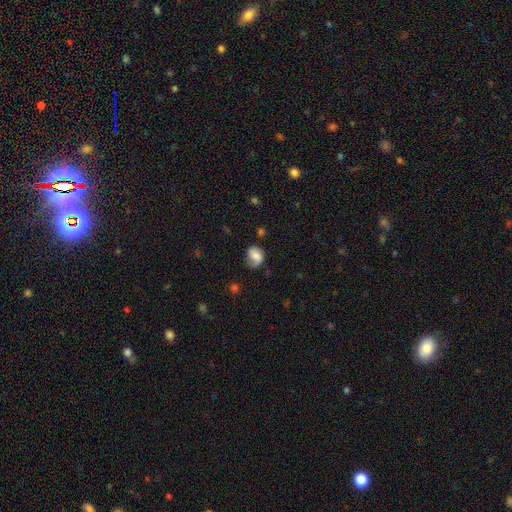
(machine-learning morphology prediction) Smooth or featured: smooth — 62% (featured or disk — 29%)
How rounded: round — 51% (in between — 48%)
Merging: none — 55% (minor disturbance — 30%)